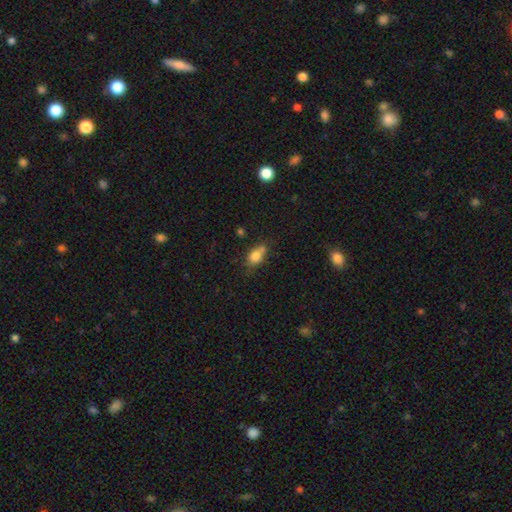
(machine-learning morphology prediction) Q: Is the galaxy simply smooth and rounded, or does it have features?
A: smooth — 78%.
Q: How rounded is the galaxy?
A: in between — 73%.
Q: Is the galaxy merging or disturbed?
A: none — 48%.